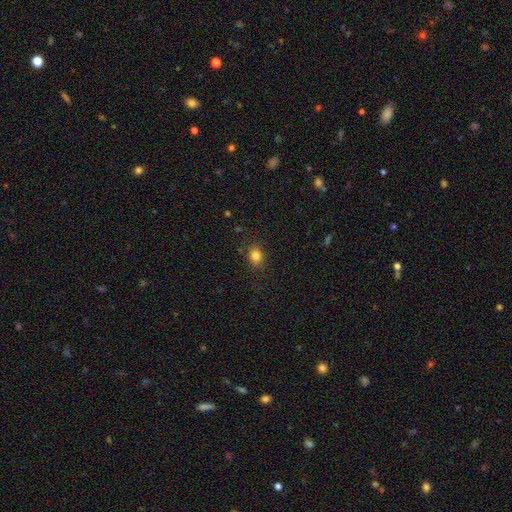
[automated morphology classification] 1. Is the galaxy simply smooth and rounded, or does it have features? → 83% smooth, 12% star or artifact, 6% featured or disk.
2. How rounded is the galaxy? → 50% in between, 49% round, 1% cigar-shaped.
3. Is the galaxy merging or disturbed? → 86% none, 10% minor disturbance, 3% major disturbance, 1% merger.